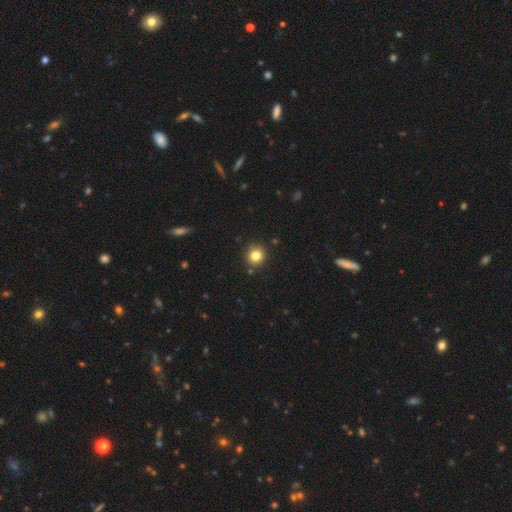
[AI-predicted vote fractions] smooth-or-featured: smooth: 82% | star or artifact: 12% | featured or disk: 6%
  how-rounded: round: 91% | in between: 9% | cigar-shaped: 1%
  merging: none: 88% | minor disturbance: 7% | merger: 2% | major disturbance: 2%